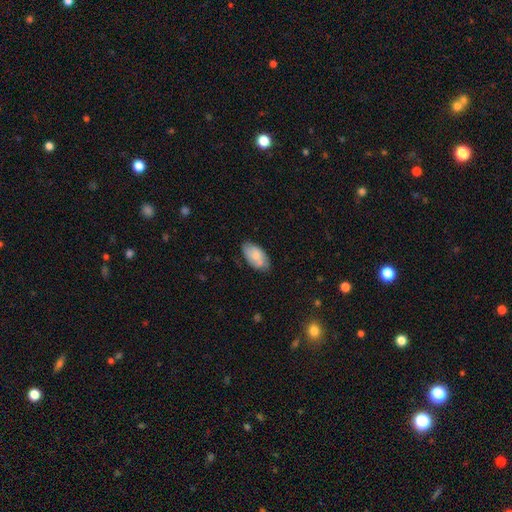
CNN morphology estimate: The model was most divided on "smooth or featured": smooth: 68%, featured or disk: 26%, star or artifact: 7%. More confident: how rounded — in between (94%); merging — none (68%).